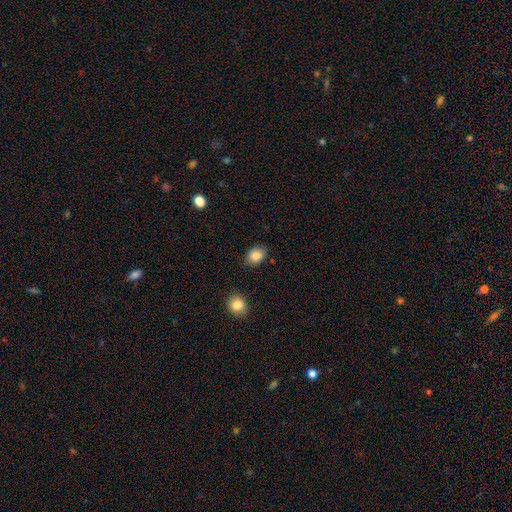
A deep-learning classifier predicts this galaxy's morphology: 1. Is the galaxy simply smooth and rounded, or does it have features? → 86% smooth, 9% star or artifact, 5% featured or disk.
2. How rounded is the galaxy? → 55% in between, 44% round, 1% cigar-shaped.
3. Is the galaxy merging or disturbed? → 82% none, 13% minor disturbance, 3% major disturbance, 2% merger.